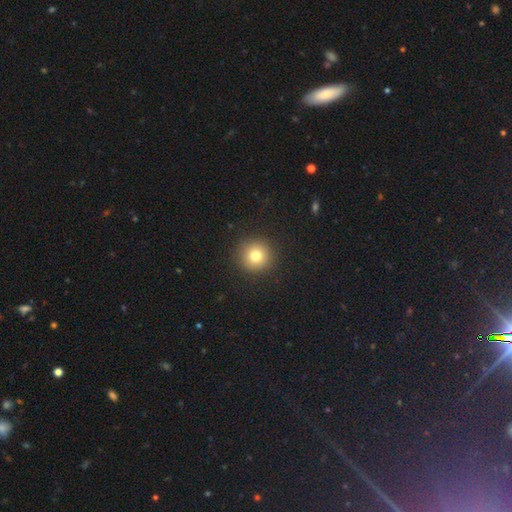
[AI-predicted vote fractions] This appears to be a smooth galaxy with no disk features (78%) that is round (95%). Merging: none (92%).